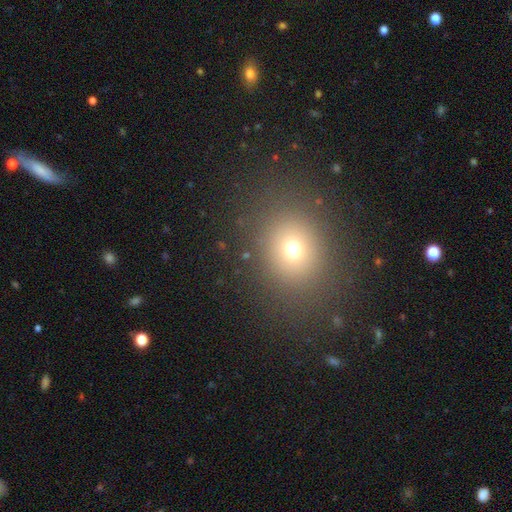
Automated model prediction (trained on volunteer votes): A smooth galaxy with no disk features (65%) that is round (62%). Merging: none (89%).